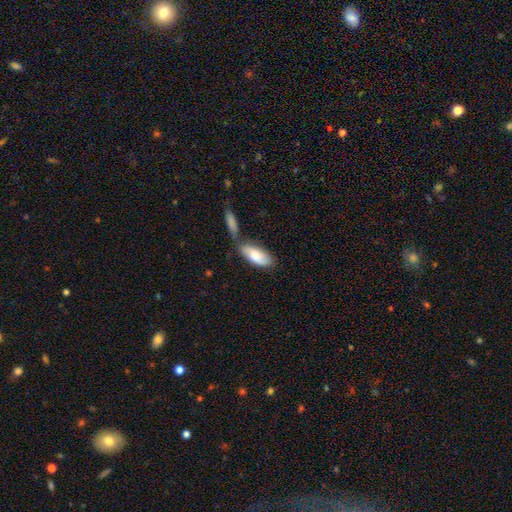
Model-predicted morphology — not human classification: This is likely a smooth galaxy (75%). How rounded: clearly in between (81%). Merging: possibly none (47%).